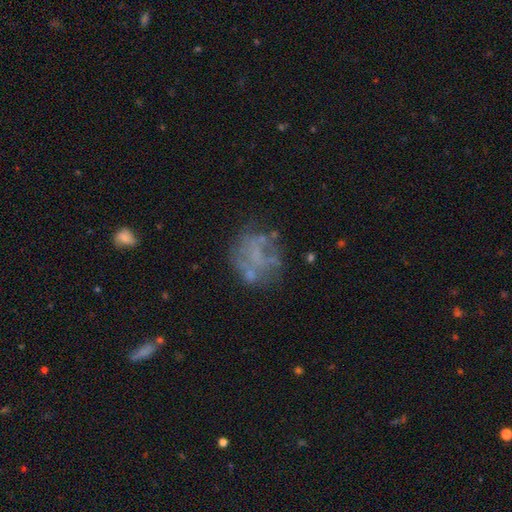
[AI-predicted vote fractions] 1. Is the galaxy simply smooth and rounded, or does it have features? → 54% featured or disk, 29% smooth, 17% star or artifact.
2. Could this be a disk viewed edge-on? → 98% no, 2% yes.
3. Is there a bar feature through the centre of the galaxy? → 89% no, 8% weak, 3% strong.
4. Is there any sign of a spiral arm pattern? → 87% no, 13% yes.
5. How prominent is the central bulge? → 78% none, 11% small, 8% moderate, 2% large, 1% dominant.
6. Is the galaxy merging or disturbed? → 58% none, 18% minor disturbance, 17% major disturbance, 7% merger.